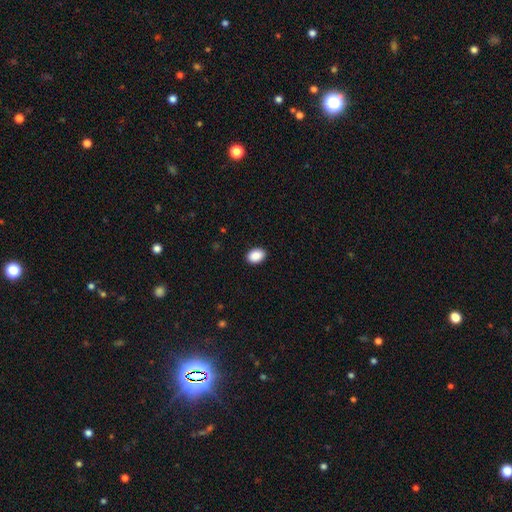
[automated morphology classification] Q: Smooth or featured?
A: smooth (91%); runner-up: star or artifact (7%)
Q: How rounded?
A: in between (81%); runner-up: round (18%)
Q: Merging?
A: none (91%); runner-up: minor disturbance (7%)